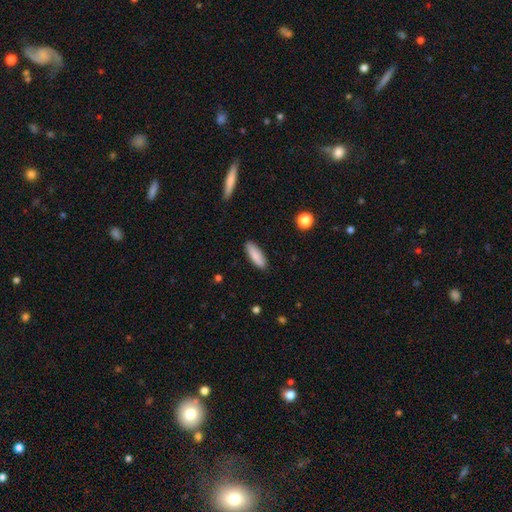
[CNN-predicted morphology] Smooth or featured? smooth (87%)
How rounded? in between (55%)
Merging? none (89%)